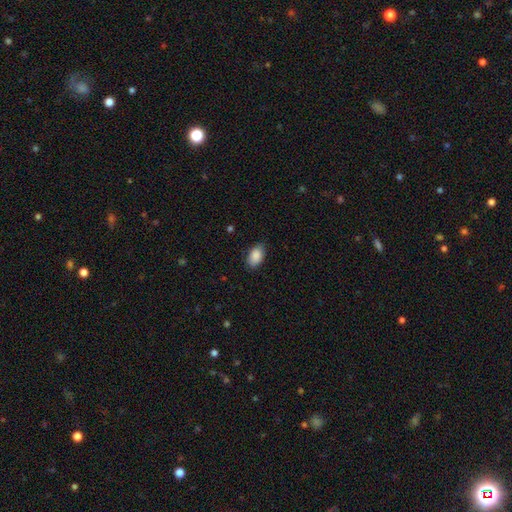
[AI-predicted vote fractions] Morphology: type=smooth (89%); roundness=in between (93%); merging=none (84%).